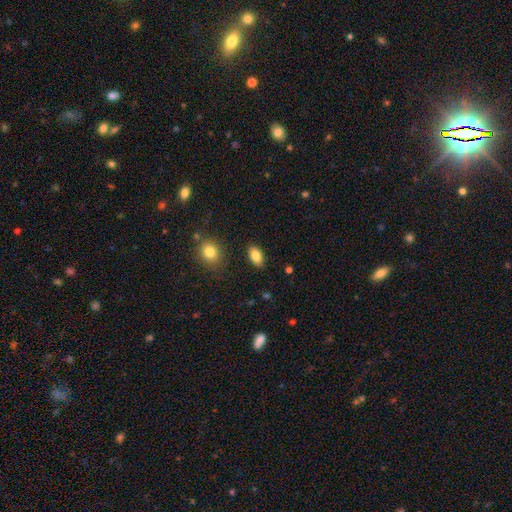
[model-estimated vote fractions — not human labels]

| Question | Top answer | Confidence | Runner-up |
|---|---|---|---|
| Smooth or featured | smooth | 86% | star or artifact (8%) |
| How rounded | in between | 91% | round (6%) |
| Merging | none | 87% | minor disturbance (9%) |